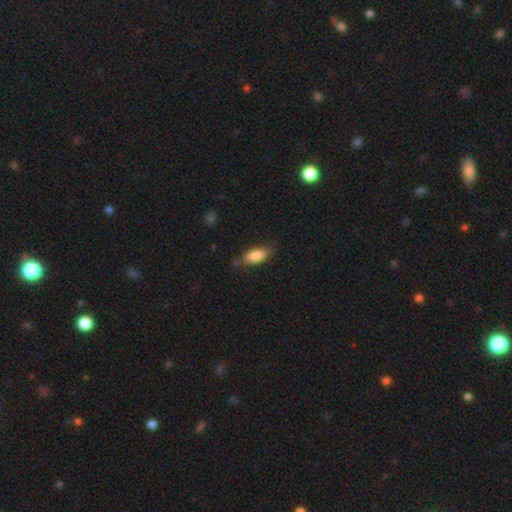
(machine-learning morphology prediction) Smooth or featured: smooth — 82% (featured or disk — 11%)
How rounded: in between — 83% (cigar-shaped — 14%)
Merging: none — 67% (minor disturbance — 24%)